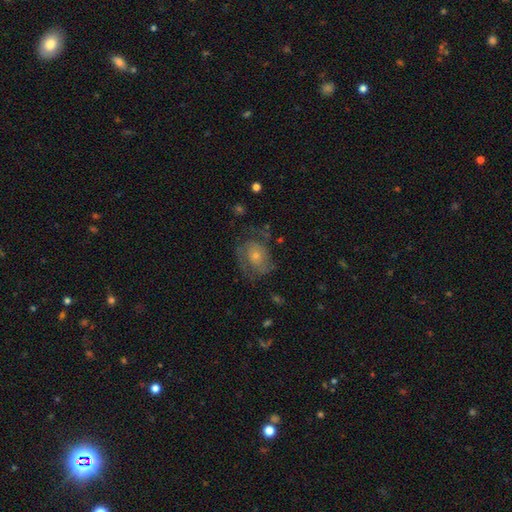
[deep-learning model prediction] smooth_or_featured: featured or disk (p=0.66) [alt: smooth p=0.22]
disk_edge_on: no (p=0.97) [alt: yes p=0.03]
bar: no (p=0.74) [alt: weak p=0.22]
has_spiral_arms: yes (p=0.84) [alt: no p=0.16]
spiral_winding: medium (p=0.43) [alt: tight p=0.42]
spiral_arm_count: 2 (p=0.54) [alt: can't tell p=0.27]
bulge_size: small (p=0.49) [alt: moderate p=0.42]
merging: none (p=0.64) [alt: minor disturbance p=0.19]